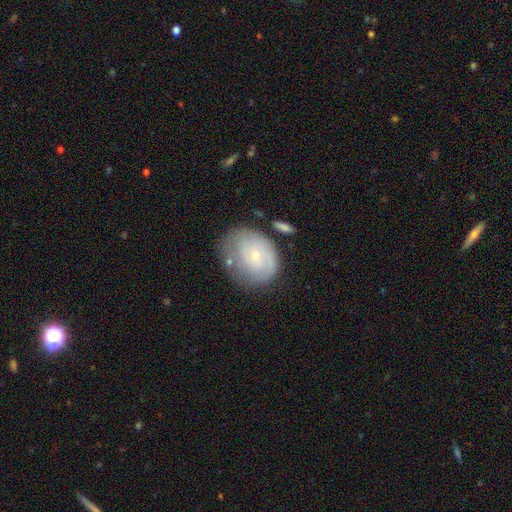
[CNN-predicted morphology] Overall: featured or disk (52%; smooth 39%). Edge-on disk: no (95%). Bar: no (80%). Spiral arms: yes (61%; no 39%). Bulge size: small (75%). Merging: none (53%; minor disturbance 28%).